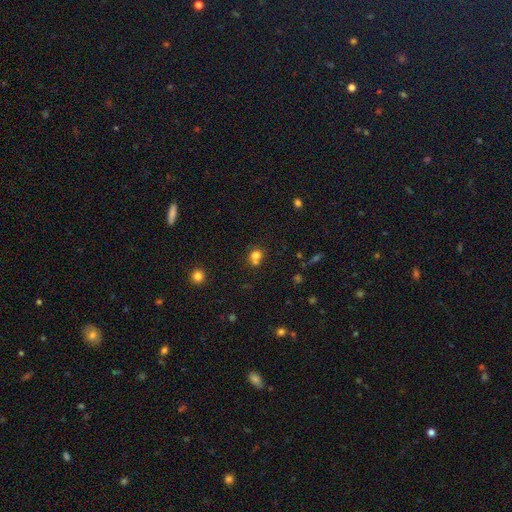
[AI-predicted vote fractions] Smooth or featured: smooth — 74% (star or artifact — 15%)
How rounded: round — 79% (in between — 20%)
Merging: merger — 46% (none — 42%)